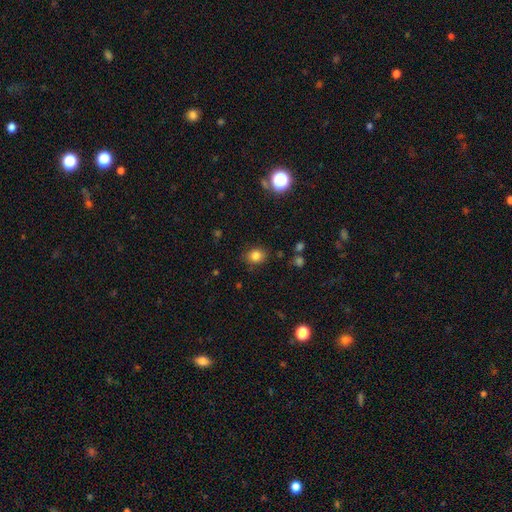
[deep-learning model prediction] This appears to be a smooth galaxy with no disk features (81%) that is round (59%). Merging: none (83%).